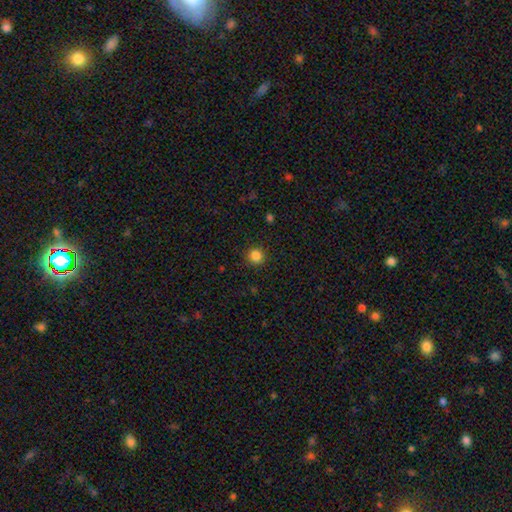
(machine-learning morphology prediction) This appears to be a smooth galaxy with no disk features (85%) that is round (93%). Merging: none (91%).